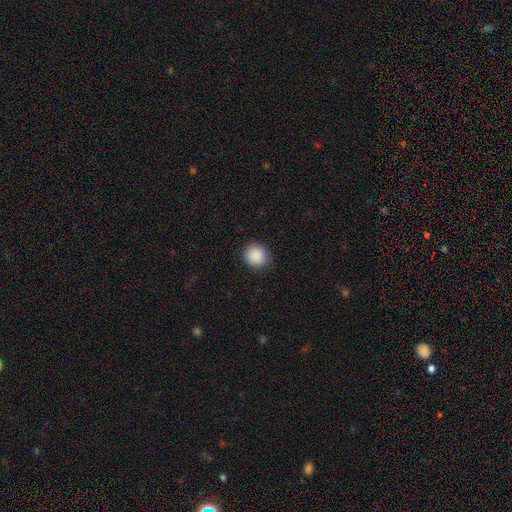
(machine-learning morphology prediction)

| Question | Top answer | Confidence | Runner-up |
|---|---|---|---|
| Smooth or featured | smooth | 90% | star or artifact (8%) |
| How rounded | round | 88% | in between (11%) |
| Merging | none | 90% | minor disturbance (7%) |